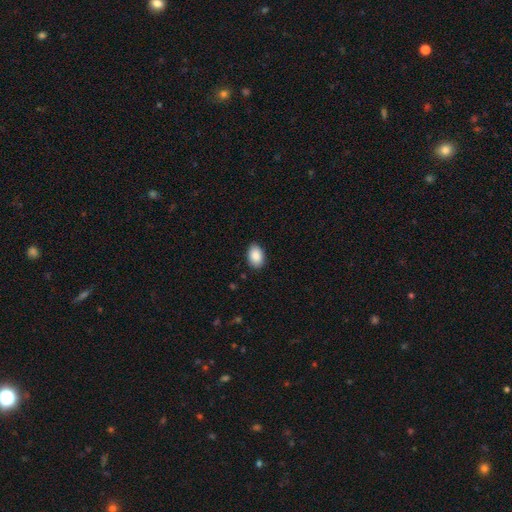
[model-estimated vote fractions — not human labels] smooth_or_featured: smooth (p=0.89) [alt: star or artifact p=0.07]
how_rounded: in between (p=0.88) [alt: round p=0.11]
merging: none (p=0.87) [alt: minor disturbance p=0.10]